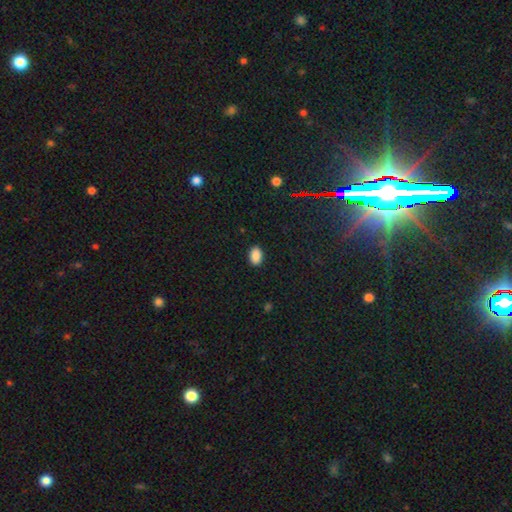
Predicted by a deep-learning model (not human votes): Morphology: type=smooth (88%); roundness=in between (87%); merging=none (89%).